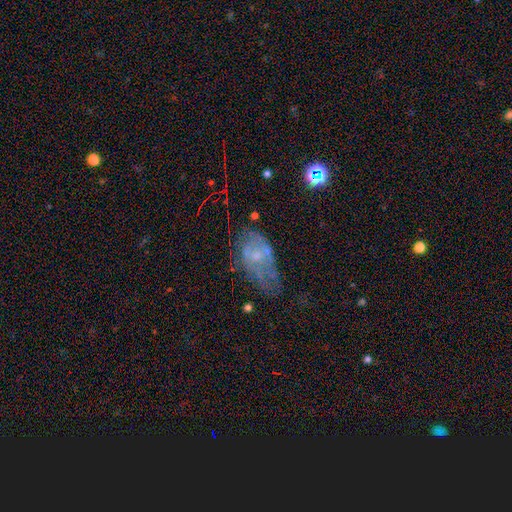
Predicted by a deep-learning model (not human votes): Smooth or featured: featured or disk — 54% (smooth — 32%)
Edge-on disk: no — 94% (yes — 6%)
Bar: no — 80% (weak — 17%)
Spiral arms: no — 61% (yes — 39%)
Bulge size: small — 53% (moderate — 27%)
Merging: none — 38% (minor disturbance — 29%)